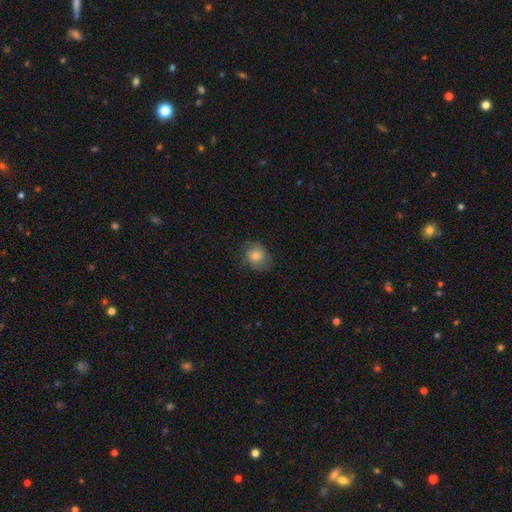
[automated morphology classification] Q: Smooth or featured?
A: smooth (61%); runner-up: featured or disk (30%)
Q: How rounded?
A: round (62%); runner-up: in between (37%)
Q: Merging?
A: none (70%); runner-up: minor disturbance (21%)